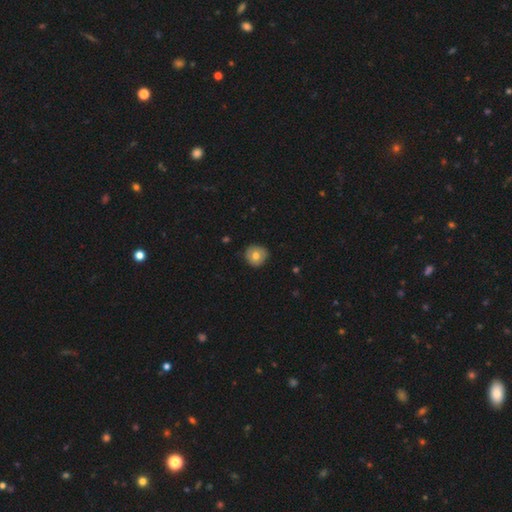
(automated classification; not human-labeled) Overall: smooth (72%). How rounded: round (90%). Merging: none (84%).